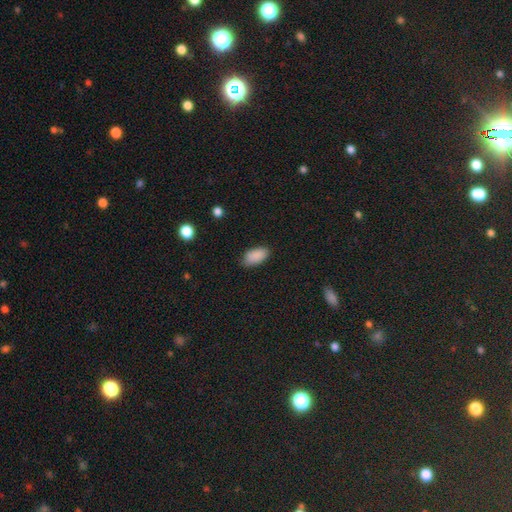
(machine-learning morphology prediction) Smooth or featured?
  - smooth: 88% *
  - star or artifact: 8%
  - featured or disk: 4%
How rounded?
  - in between: 93% *
  - cigar-shaped: 4%
  - round: 3%
Merging?
  - none: 80% *
  - minor disturbance: 16%
  - major disturbance: 3%
  - merger: 1%